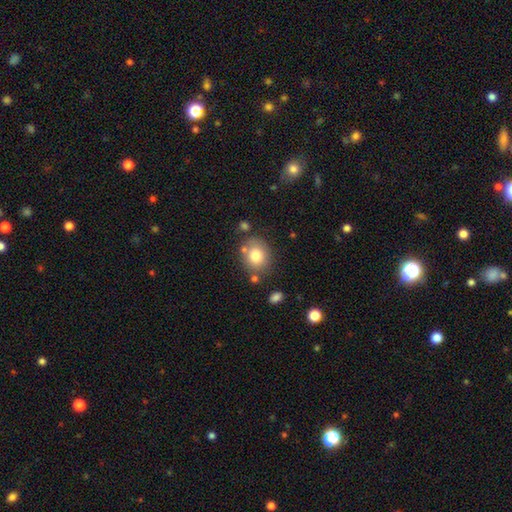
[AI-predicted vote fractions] Smooth or featured: smooth — 77% (featured or disk — 13%)
How rounded: round — 67% (in between — 32%)
Merging: none — 72% (minor disturbance — 14%)